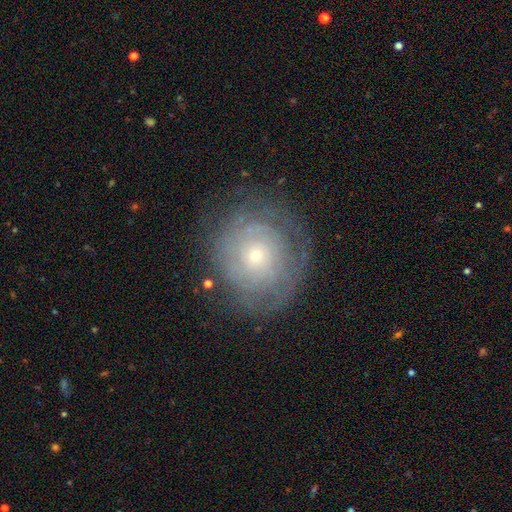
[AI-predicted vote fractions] smooth-or-featured: featured or disk: 64% | smooth: 27% | star or artifact: 9%
  disk-edge-on: no: 97% | yes: 3%
    bar: no: 85% | weak: 12% | strong: 3%
    has-spiral-arms: yes: 76% | no: 24%
    bulge-size: small: 73% | moderate: 22% | large: 2% | none: 1% | dominant: 1%
  merging: none: 76% | minor disturbance: 15% | major disturbance: 7% | merger: 1%